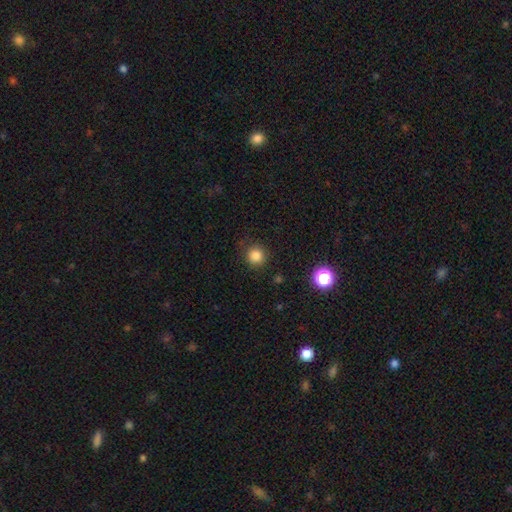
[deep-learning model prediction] smooth 83%, star or artifact 13%, featured or disk 4%. Down the decision tree: how rounded — round (94%); merging — none (86%).